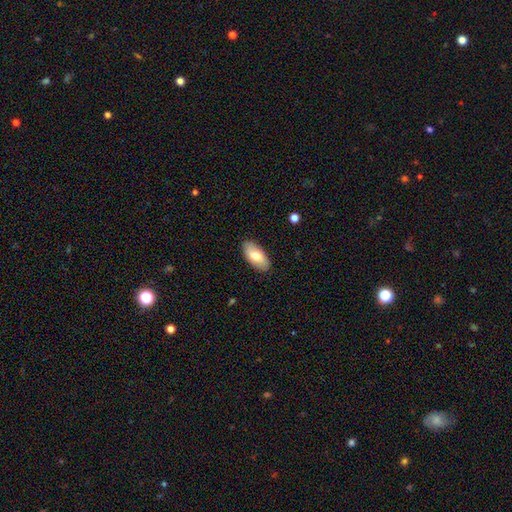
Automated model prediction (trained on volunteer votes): smooth-or-featured: smooth: 74% | featured or disk: 20% | star or artifact: 6%
  how-rounded: in between: 92% | cigar-shaped: 6% | round: 2%
  merging: none: 88% | minor disturbance: 9% | major disturbance: 2% | merger: 1%